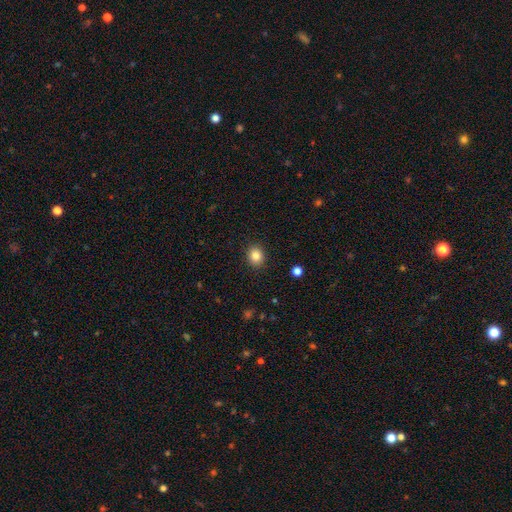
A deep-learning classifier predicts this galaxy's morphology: smooth_or_featured: smooth (p=0.84) [alt: star or artifact p=0.10]
how_rounded: round (p=0.63) [alt: in between p=0.36]
merging: none (p=0.90) [alt: minor disturbance p=0.07]